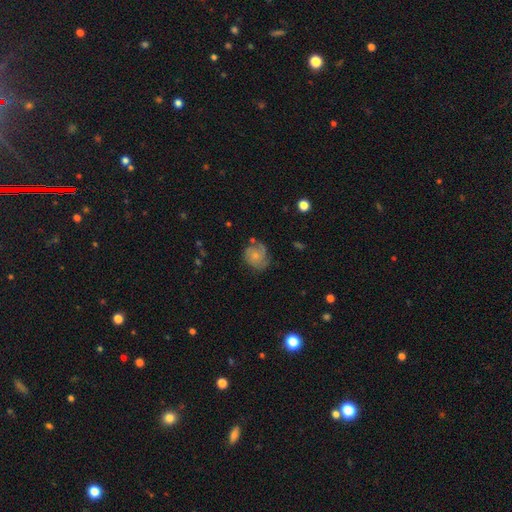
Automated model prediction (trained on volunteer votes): The model was most divided on "smooth or featured": featured or disk: 52%, smooth: 40%, star or artifact: 8%. More confident: edge-on disk — no (98%); spiral arms — yes (82%); bar — no (82%); bulge size — small (65%); merging — none (60%).